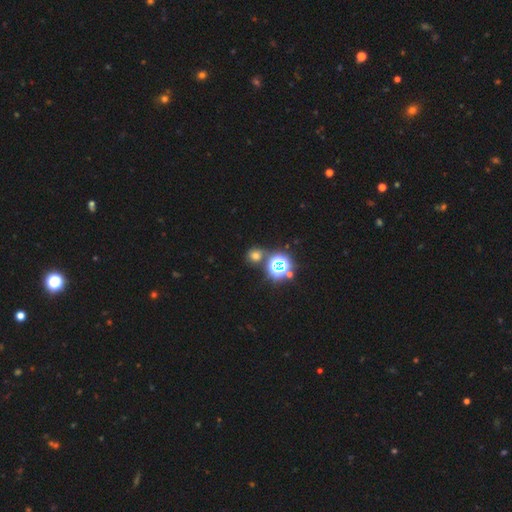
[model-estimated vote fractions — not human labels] Q: Smooth or featured?
A: smooth (57%); runner-up: star or artifact (35%)
Q: How rounded?
A: round (84%); runner-up: in between (15%)
Q: Merging?
A: none (75%); runner-up: merger (11%)